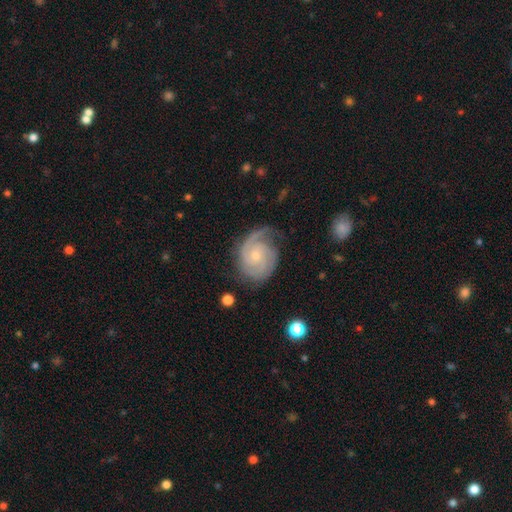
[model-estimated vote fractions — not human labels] Smooth or featured?
  - featured or disk: 89% *
  - smooth: 6%
  - star or artifact: 5%
Edge-on disk?
  - no: 98% *
  - yes: 2%
Bar?
  - no: 71% *
  - weak: 25%
  - strong: 4%
Spiral arms?
  - yes: 98% *
  - no: 2%
Spiral winding?
  - tight: 60% *
  - medium: 34%
  - loose: 6%
Spiral arm count?
  - 2: 49% *
  - 3: 26%
  - can't tell: 11%
  - 1: 6%
  - 4: 4%
  - more than 4: 4%
Bulge size?
  - small: 70% *
  - moderate: 26%
  - none: 2%
  - large: 1%
  - dominant: 1%
Merging?
  - none: 70% *
  - minor disturbance: 20%
  - major disturbance: 9%
  - merger: 2%